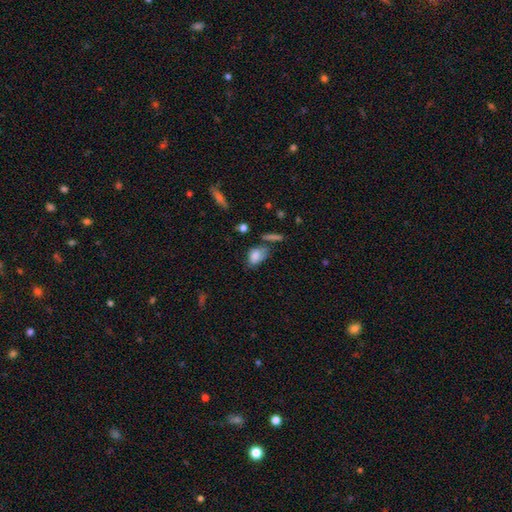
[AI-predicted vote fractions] This is likely a smooth galaxy (79%). How rounded: clearly in between (84%). Merging: marginally none (44%).